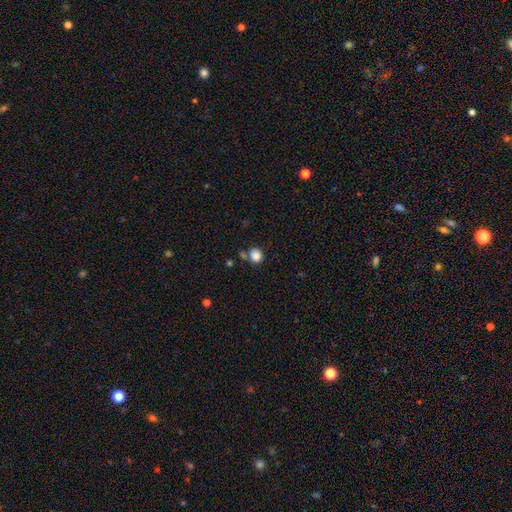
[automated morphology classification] Smooth or featured? smooth (85%)
How rounded? round (82%)
Merging? none (69%)